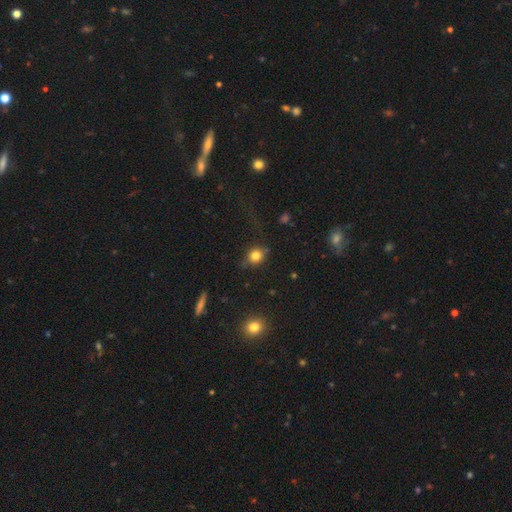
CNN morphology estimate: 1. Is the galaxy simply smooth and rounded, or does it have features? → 79% smooth, 12% star or artifact, 9% featured or disk.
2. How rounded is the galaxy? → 71% round, 28% in between, 2% cigar-shaped.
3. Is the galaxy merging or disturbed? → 67% none, 21% minor disturbance, 9% major disturbance, 3% merger.